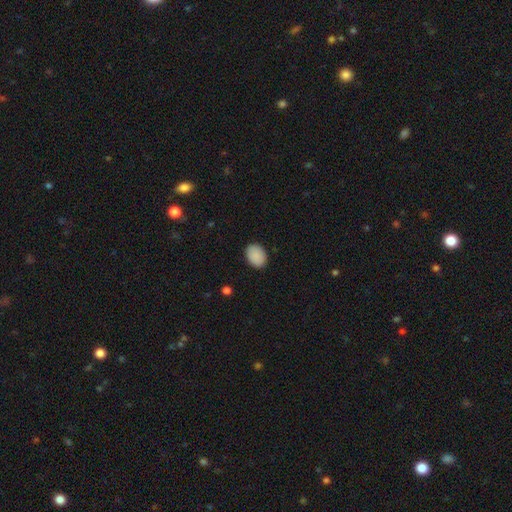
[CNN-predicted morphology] Smooth or featured? smooth (90%)
How rounded? in between (72%)
Merging? none (88%)